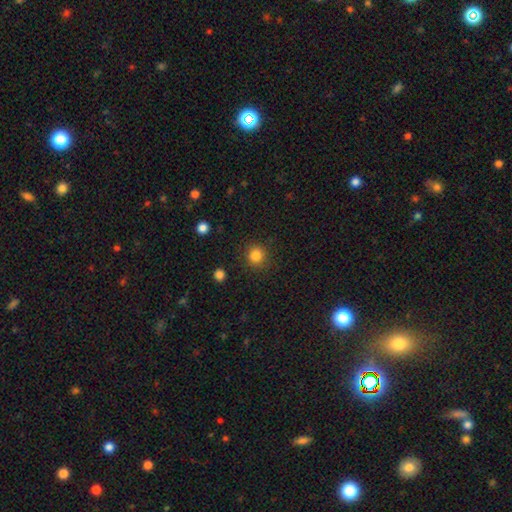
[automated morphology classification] Smooth or featured?
  - smooth: 83% *
  - star or artifact: 12%
  - featured or disk: 4%
How rounded?
  - round: 91% *
  - in between: 8%
  - cigar-shaped: 1%
Merging?
  - none: 89% *
  - minor disturbance: 7%
  - major disturbance: 3%
  - merger: 1%